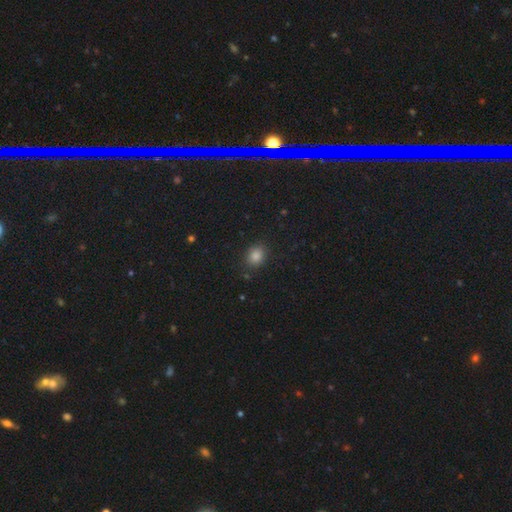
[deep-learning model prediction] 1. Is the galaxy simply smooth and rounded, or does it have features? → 81% smooth, 14% star or artifact, 5% featured or disk.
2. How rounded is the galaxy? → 56% round, 43% in between, 1% cigar-shaped.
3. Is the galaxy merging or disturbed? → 86% none, 10% minor disturbance, 3% major disturbance, 2% merger.